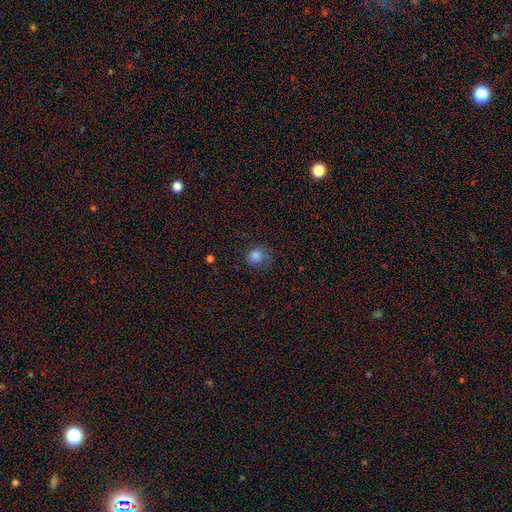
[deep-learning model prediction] smooth 82%, star or artifact 13%, featured or disk 5%. Down the decision tree: how rounded — round (83%); merging — none (72%).